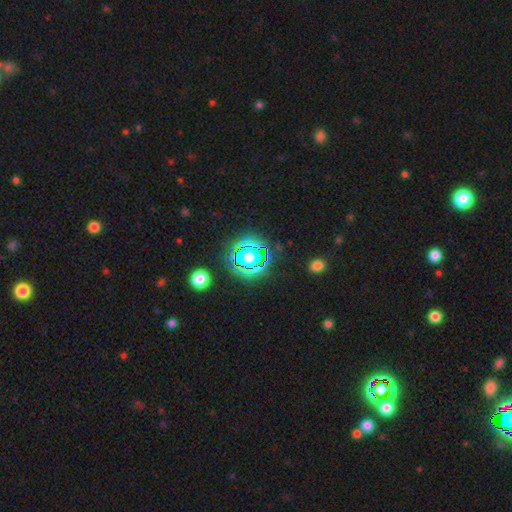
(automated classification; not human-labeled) Morphology: type=star or artifact (81%).